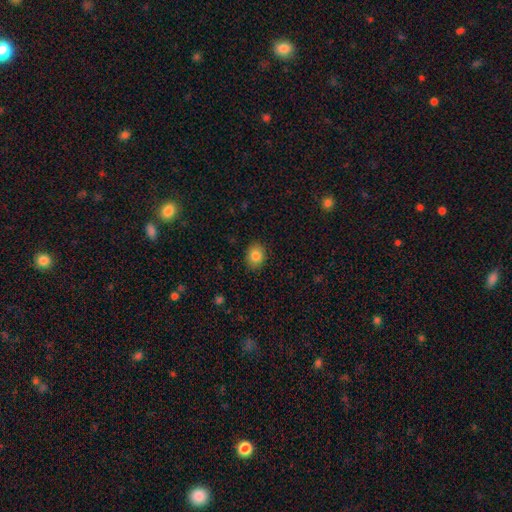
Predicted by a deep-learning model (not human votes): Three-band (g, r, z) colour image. It shows a smooth galaxy with no disk features (84%) that is in between round and cigar-shaped (51%). Merging: none (89%).